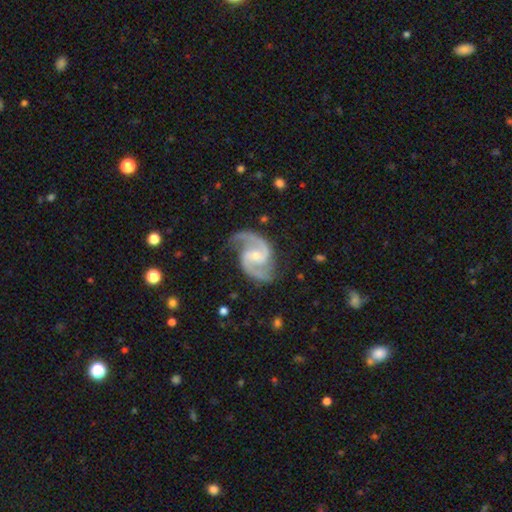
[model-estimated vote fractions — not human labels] Smooth or featured?
  - featured or disk: 94% *
  - star or artifact: 4%
  - smooth: 3%
Edge-on disk?
  - no: 98% *
  - yes: 2%
Bar?
  - weak: 44% *
  - no: 39%
  - strong: 16%
Spiral arms?
  - yes: 99% *
  - no: 1%
Spiral winding?
  - medium: 65% *
  - loose: 18%
  - tight: 17%
Spiral arm count?
  - 2: 94% *
  - 3: 2%
  - can't tell: 1%
  - 1: 1%
  - 4: 1%
  - more than 4: 1%
Bulge size?
  - small: 57% *
  - moderate: 39%
  - none: 2%
  - large: 1%
  - dominant: 1%
Merging?
  - none: 79% *
  - minor disturbance: 15%
  - major disturbance: 5%
  - merger: 1%